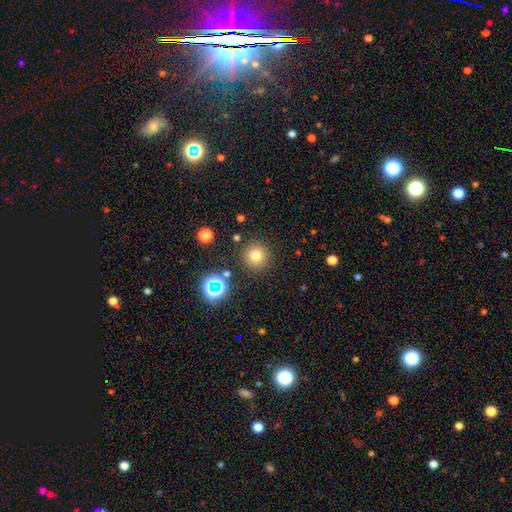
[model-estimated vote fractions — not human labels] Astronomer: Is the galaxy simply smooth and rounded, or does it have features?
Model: smooth — 75%.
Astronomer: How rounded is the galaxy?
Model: round — 96%.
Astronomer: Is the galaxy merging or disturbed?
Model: none — 87%.